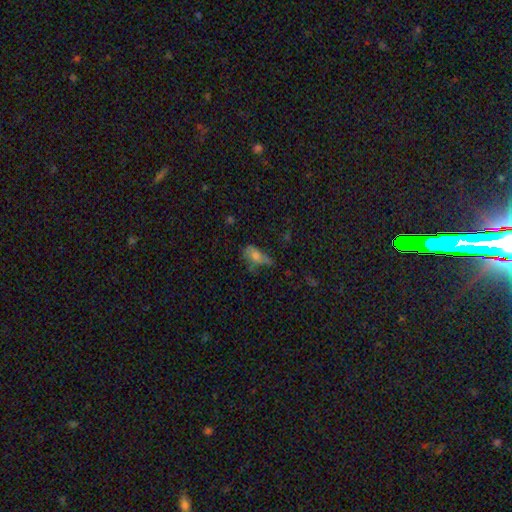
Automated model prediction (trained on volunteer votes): A smooth galaxy with no disk features (61%) that is in between round and cigar-shaped (80%). Merging: none (33%).